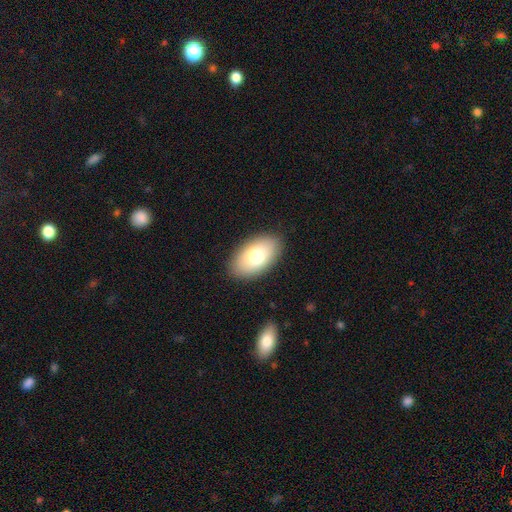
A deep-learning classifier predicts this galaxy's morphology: Smooth or featured? smooth (77%)
How rounded? in between (94%)
Merging? none (88%)